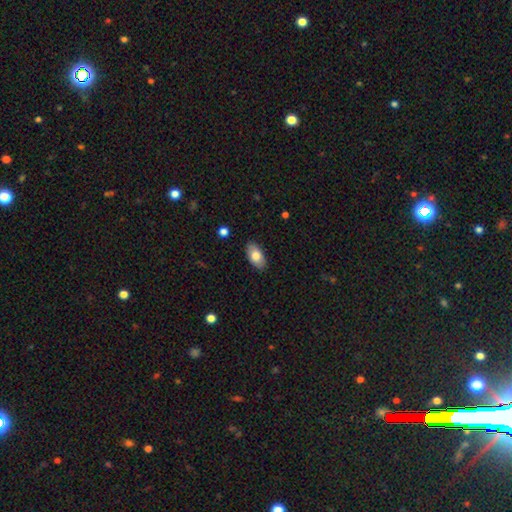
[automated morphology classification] type=smooth (79%); roundness=in between (94%); merging=none (88%).